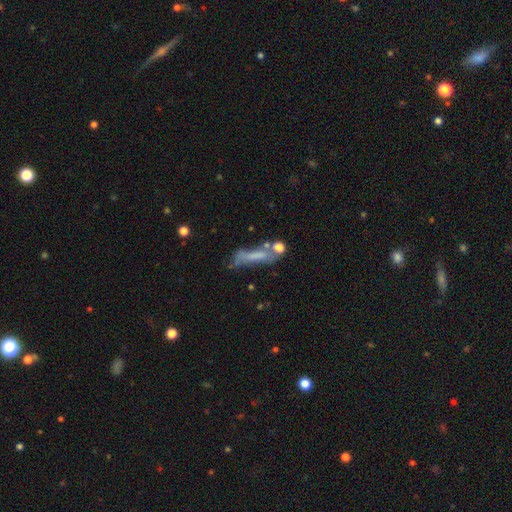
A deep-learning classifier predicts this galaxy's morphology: A smooth galaxy with no disk features (48%). Merging: none (38%).